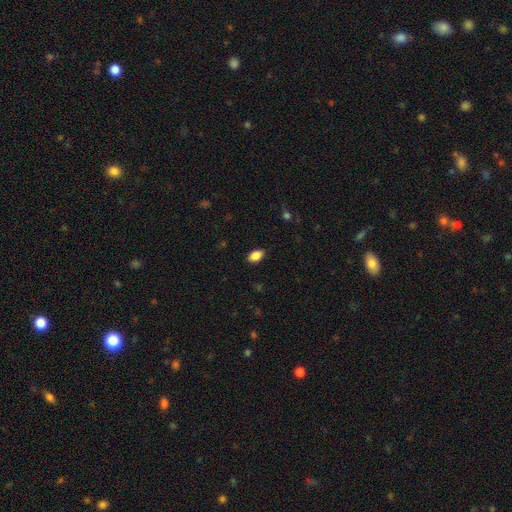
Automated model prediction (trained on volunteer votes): Smooth or featured? smooth (87%)
How rounded? in between (90%)
Merging? none (86%)